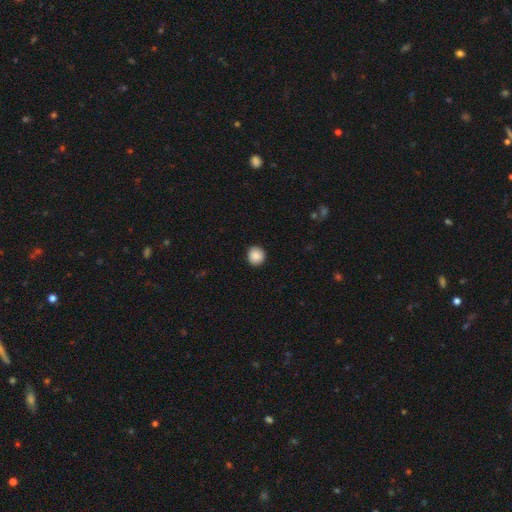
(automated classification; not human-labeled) Overall: smooth (88%). How rounded: round (91%). Merging: none (92%).